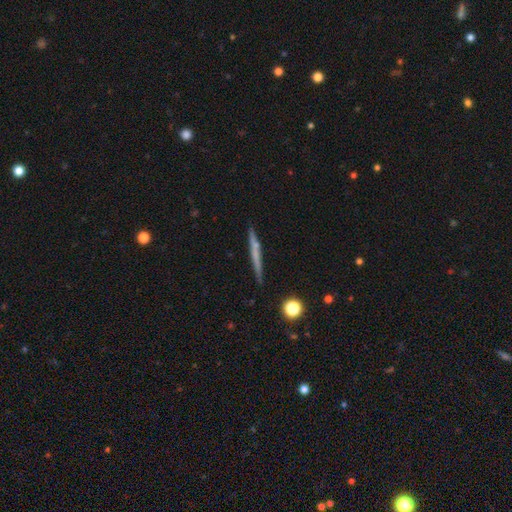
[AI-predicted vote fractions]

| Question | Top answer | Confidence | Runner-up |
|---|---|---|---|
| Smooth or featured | featured or disk | 49% | smooth (44%) |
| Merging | none | 89% | minor disturbance (8%) |